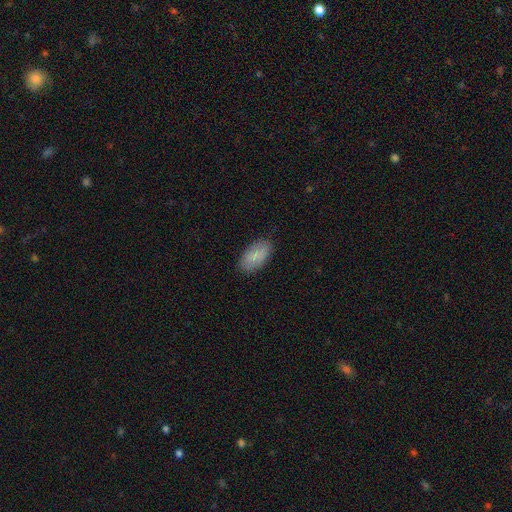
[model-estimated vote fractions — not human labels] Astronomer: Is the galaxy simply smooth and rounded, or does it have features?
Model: smooth — 85%.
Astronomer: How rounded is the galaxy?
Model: in between — 94%.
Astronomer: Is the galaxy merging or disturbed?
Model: none — 86%.